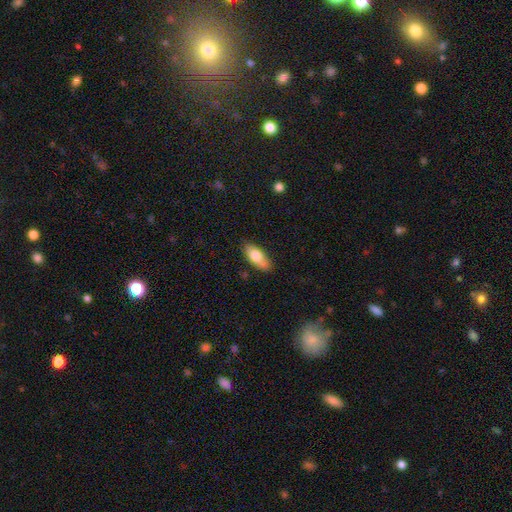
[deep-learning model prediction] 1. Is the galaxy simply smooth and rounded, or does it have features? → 75% smooth, 18% featured or disk, 6% star or artifact.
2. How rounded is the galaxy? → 79% in between, 19% cigar-shaped, 3% round.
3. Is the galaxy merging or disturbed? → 77% none, 17% minor disturbance, 3% major disturbance, 2% merger.